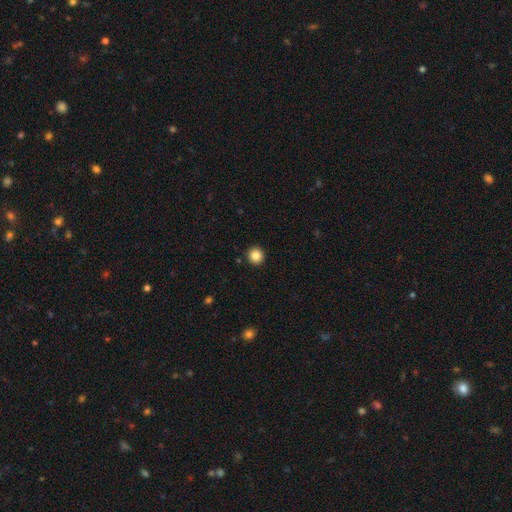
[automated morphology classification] Overall: smooth (86%). How rounded: round (93%). Merging: none (92%).